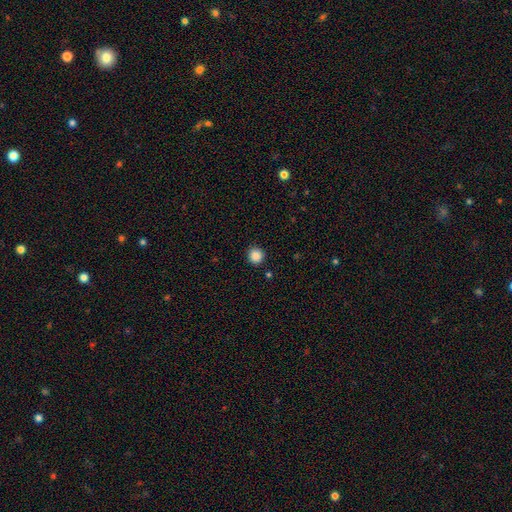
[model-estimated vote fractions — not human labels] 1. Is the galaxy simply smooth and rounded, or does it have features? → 87% smooth, 10% star or artifact, 3% featured or disk.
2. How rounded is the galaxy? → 91% round, 8% in between, 1% cigar-shaped.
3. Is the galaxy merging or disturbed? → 91% none, 6% minor disturbance, 2% major disturbance, 1% merger.